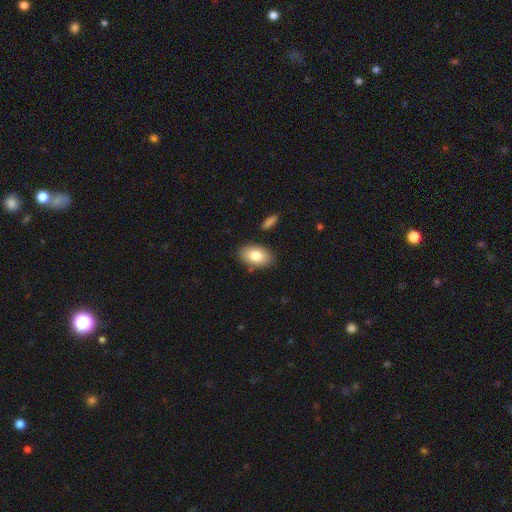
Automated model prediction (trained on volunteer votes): Morphology: type=smooth (82%); roundness=in between (91%); merging=none (84%).